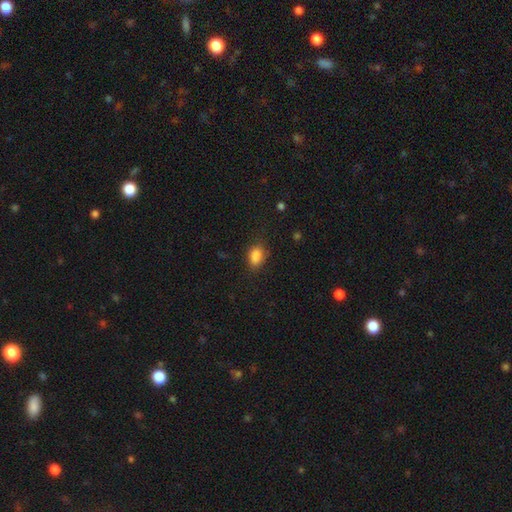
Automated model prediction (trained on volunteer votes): smooth 86%, star or artifact 9%, featured or disk 4%. Down the decision tree: how rounded — in between (85%); merging — none (76%).